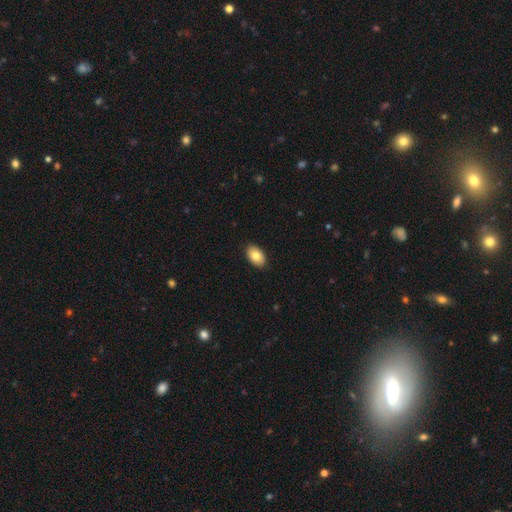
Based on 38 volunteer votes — This appears to be a smooth galaxy with no disk features (71%) that is in between round and cigar-shaped (81%). Merging: none (82%).